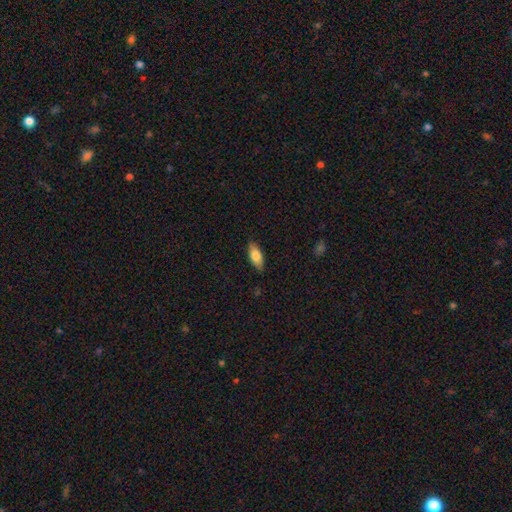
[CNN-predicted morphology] Smooth or featured: smooth — 78% (featured or disk — 15%)
How rounded: in between — 84% (cigar-shaped — 14%)
Merging: none — 86% (minor disturbance — 11%)